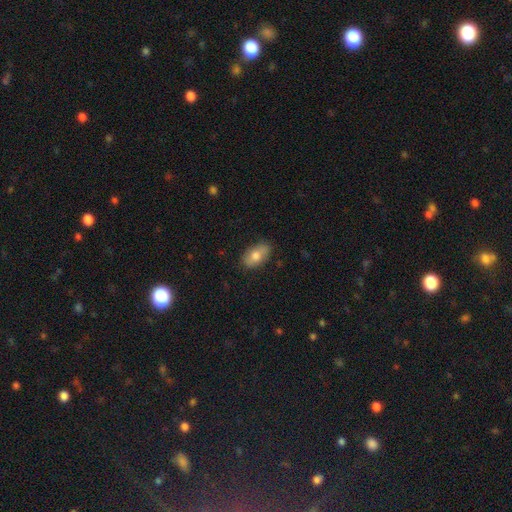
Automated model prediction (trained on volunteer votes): Smooth or featured? smooth (73%)
How rounded? in between (91%)
Merging? none (81%)